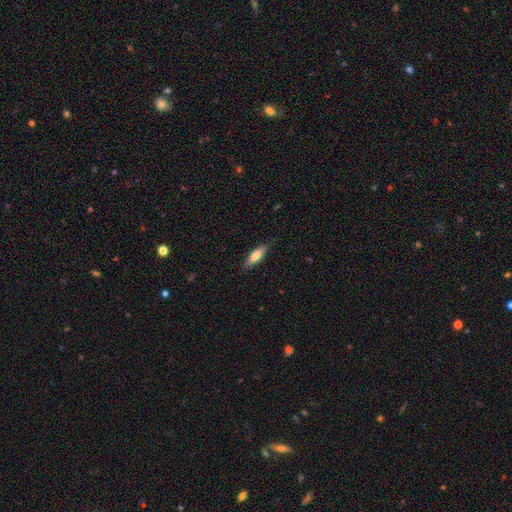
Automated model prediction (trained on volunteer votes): The model was most divided on "how rounded": in between: 52%, cigar-shaped: 46%, round: 2%. More confident: merging — none (82%); smooth or featured — smooth (70%).